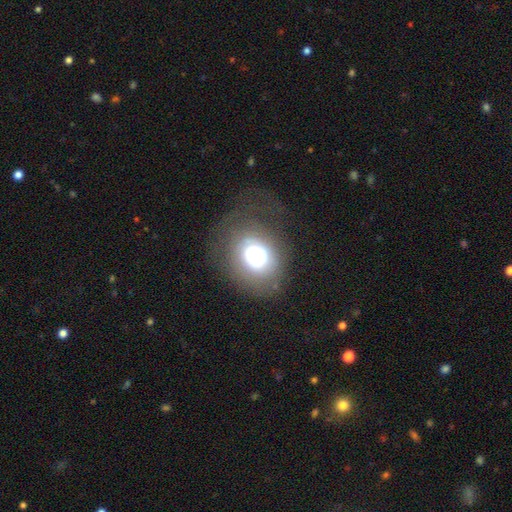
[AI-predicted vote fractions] Smooth or featured? Predicted: smooth (p=0.50). Merging? Predicted: none (p=0.59).